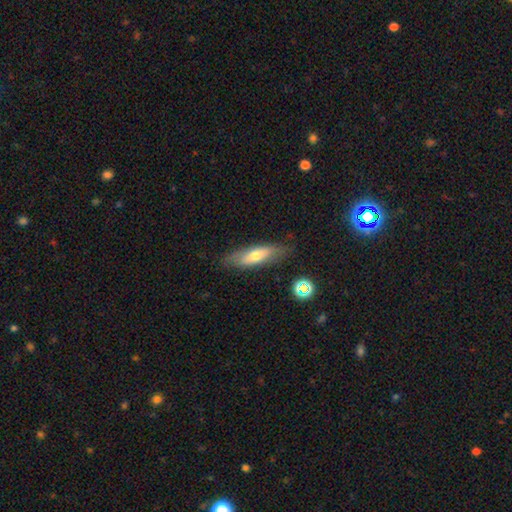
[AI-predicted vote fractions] Smooth or featured? Predicted: smooth (p=0.58). How rounded? Predicted: cigar-shaped (p=0.52). Merging? Predicted: none (p=0.81).